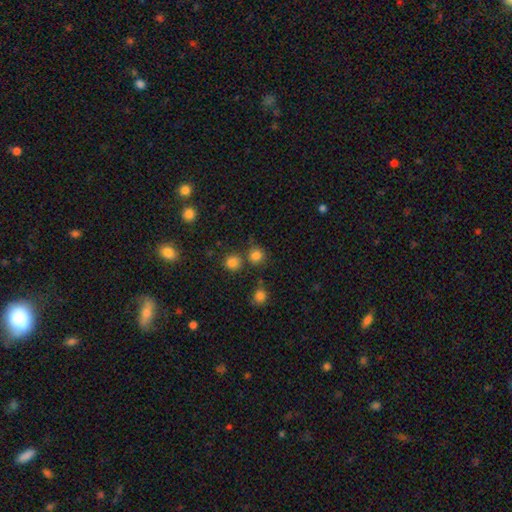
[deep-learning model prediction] A smooth galaxy with no disk features (80%) that is round (89%).

Vote fractions:
- Smooth or featured? smooth: 80% / star or artifact: 15% / featured or disk: 5%
- How rounded? round: 89% / in between: 10% / cigar-shaped: 1%
- Merging? none: 74% / merger: 14% / minor disturbance: 8% / major disturbance: 3%